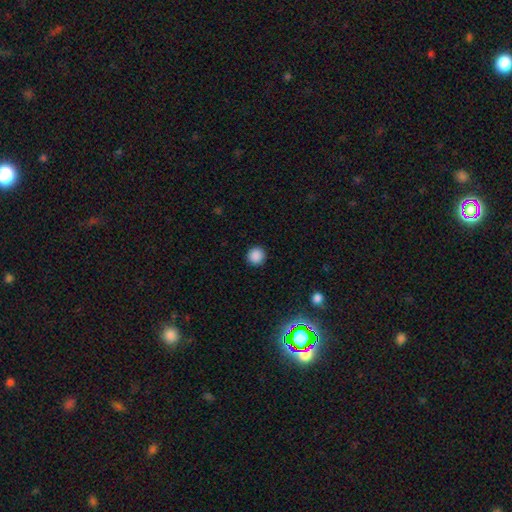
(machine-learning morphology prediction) A smooth galaxy with no disk features (87%) that is round (95%). Merging: none (92%).